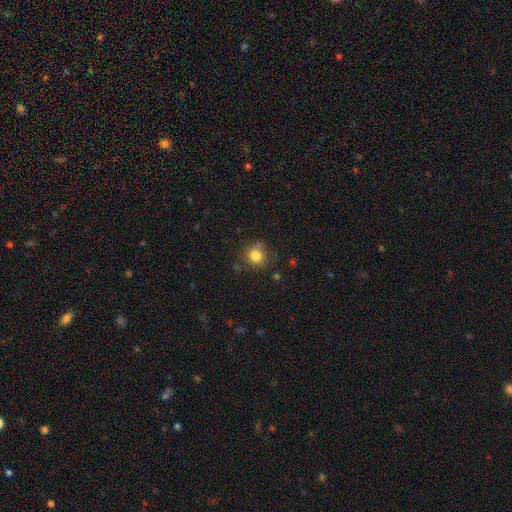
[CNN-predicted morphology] This appears to be a smooth galaxy with no disk features (82%) that is round (84%). Merging: none (76%).